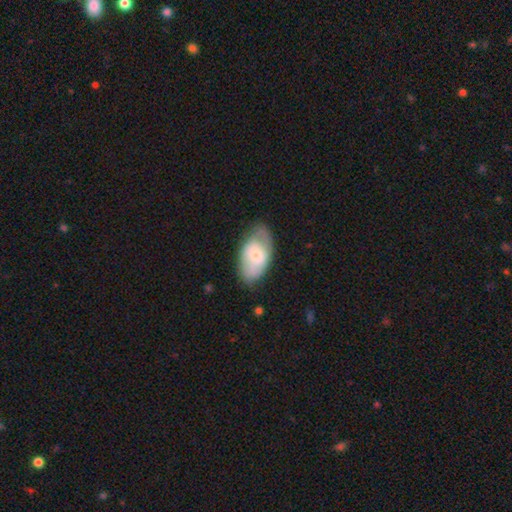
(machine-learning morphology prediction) Overall: smooth (52%; featured or disk 42%). How rounded: in between (93%). Merging: none (64%; minor disturbance 26%).